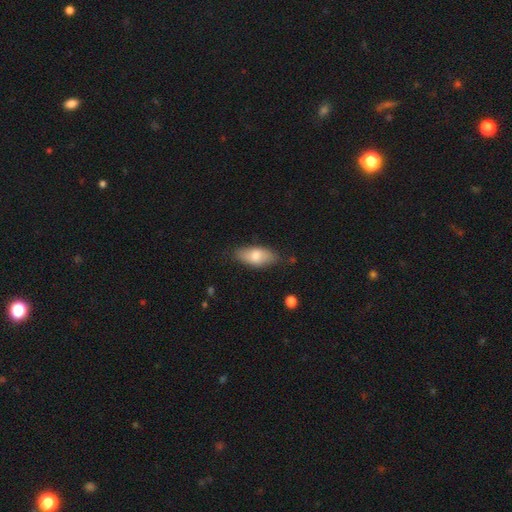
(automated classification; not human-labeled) smooth-or-featured: smooth: 75% | featured or disk: 18% | star or artifact: 6%
  how-rounded: in between: 87% | cigar-shaped: 10% | round: 3%
  merging: none: 76% | minor disturbance: 19% | major disturbance: 3% | merger: 2%